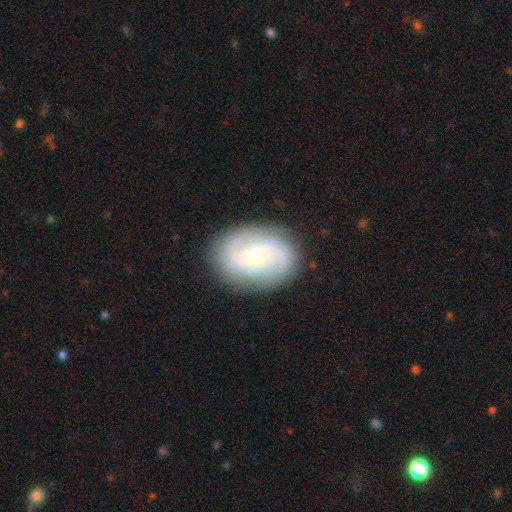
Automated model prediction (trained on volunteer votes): smooth-or-featured: featured or disk: 73% | smooth: 20% | star or artifact: 7%
  disk-edge-on: no: 97% | yes: 3%
    bar: no: 51% | weak: 39% | strong: 10%
    has-spiral-arms: yes: 90% | no: 10%
      spiral-winding: tight: 49% | medium: 36% | loose: 15%
      spiral-arm-count: 2: 48% | can't tell: 27% | 3: 13% | 4: 5% | 1: 4% | more than 4: 3%
    bulge-size: small: 70% | moderate: 26% | large: 2% | none: 1% | dominant: 1%
  merging: none: 82% | minor disturbance: 13% | major disturbance: 4% | merger: 1%